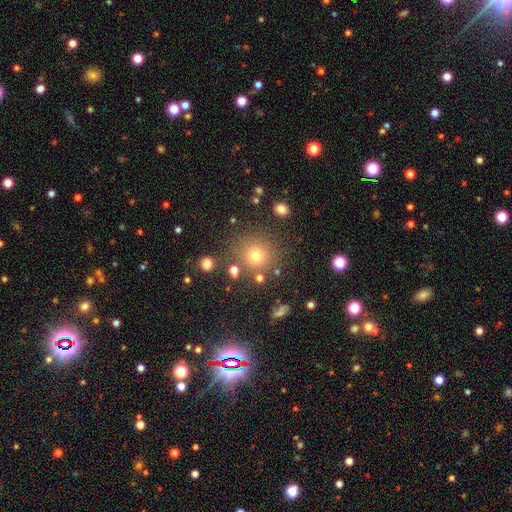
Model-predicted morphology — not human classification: Smooth or featured: smooth — 72% (star or artifact — 20%)
How rounded: round — 92% (in between — 7%)
Merging: none — 82% (minor disturbance — 8%)